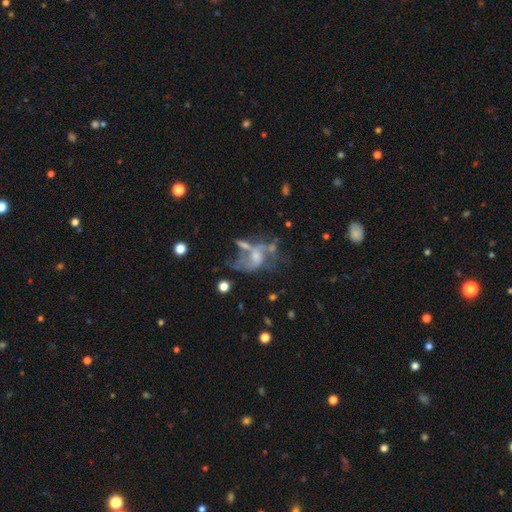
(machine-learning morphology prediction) This is likely a featured or disk galaxy (66%). It is clearly not viewed edge-on (96%). Bar: likely no (66%). Spiral arm pattern: possibly yes (57%). Central bulge: marginally moderate (40%). Merging: marginally major disturbance (34%).